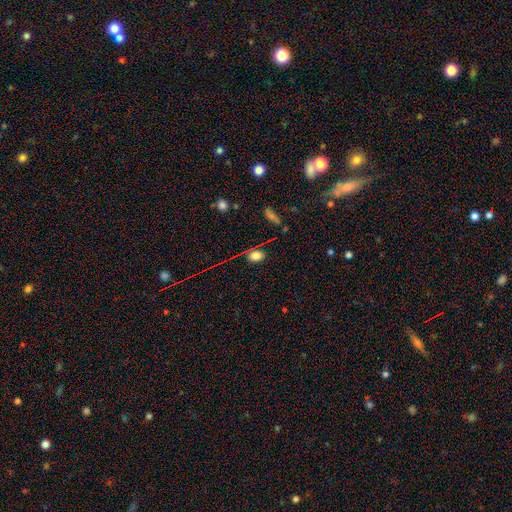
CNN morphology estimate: smooth 76%, star or artifact 15%, featured or disk 9%. Down the decision tree: how rounded — in between (69%); merging — none (72%).